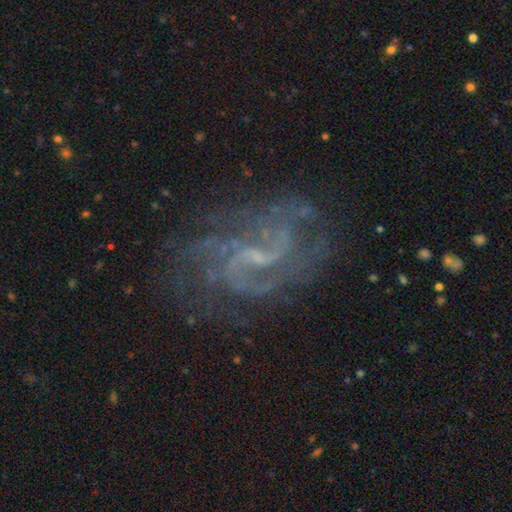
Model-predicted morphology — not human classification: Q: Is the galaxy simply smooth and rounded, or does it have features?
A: featured or disk — 82%.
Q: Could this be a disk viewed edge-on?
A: no — 97%.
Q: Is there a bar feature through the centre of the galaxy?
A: weak — 56%.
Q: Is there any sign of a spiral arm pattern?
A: yes — 94%.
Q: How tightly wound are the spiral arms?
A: medium — 46%.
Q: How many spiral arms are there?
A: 2 — 34%.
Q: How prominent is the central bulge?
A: small — 60%.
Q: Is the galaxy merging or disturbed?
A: none — 70%.